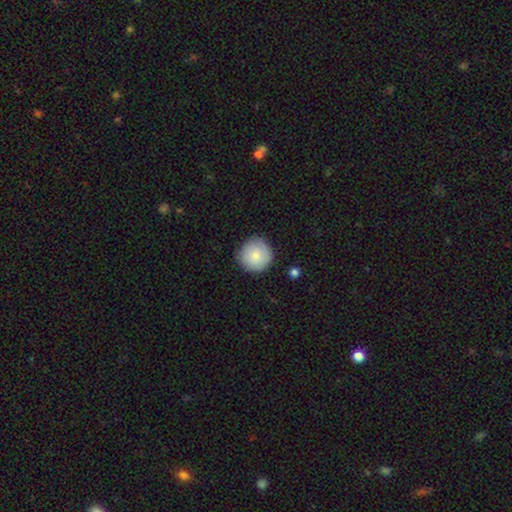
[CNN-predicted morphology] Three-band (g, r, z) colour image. It shows a smooth galaxy with no disk features (80%) that is round (95%). Merging: none (86%).